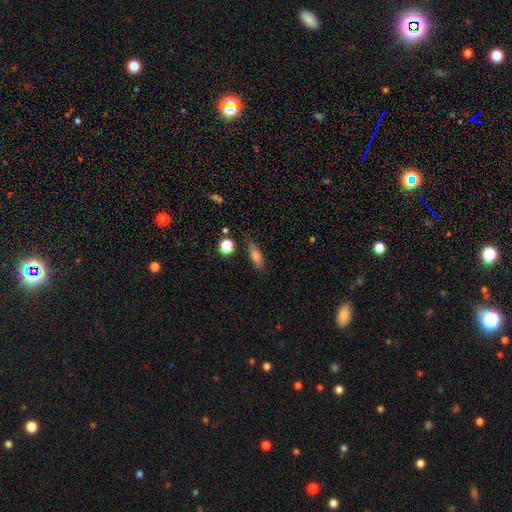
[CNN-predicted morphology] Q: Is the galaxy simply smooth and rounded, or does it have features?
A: smooth — 77%.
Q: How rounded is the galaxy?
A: in between — 66%.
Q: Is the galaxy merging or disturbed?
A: none — 74%.